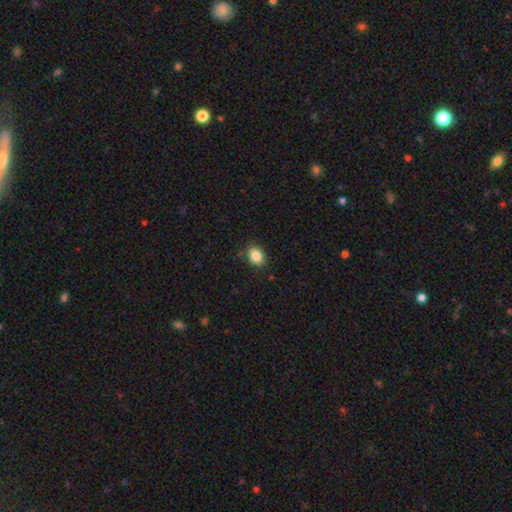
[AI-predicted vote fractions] smooth 86%, star or artifact 9%, featured or disk 5%. Down the decision tree: how rounded — in between (67%); merging — none (85%).